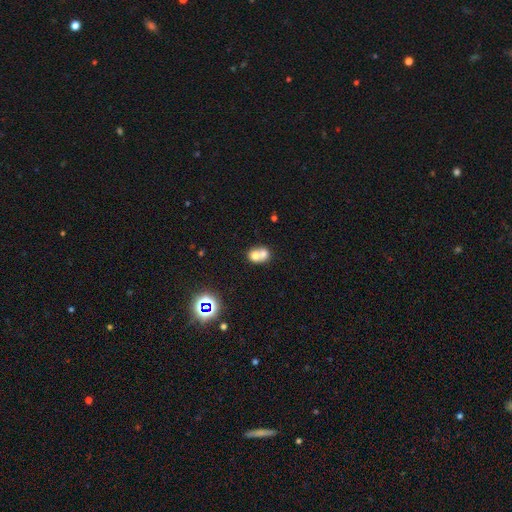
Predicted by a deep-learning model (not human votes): This appears to be a smooth galaxy with no disk features (66%) that is round (61%). Merging: merger (70%).